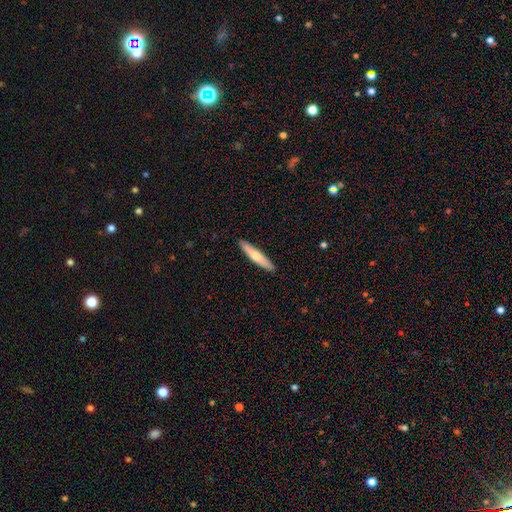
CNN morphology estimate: Smooth or featured? smooth (58%)
How rounded? cigar-shaped (89%)
Merging? none (91%)